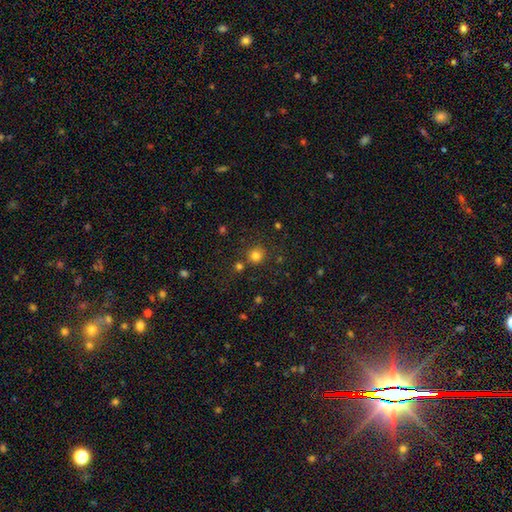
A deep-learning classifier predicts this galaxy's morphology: Smooth or featured?
  - smooth: 79% *
  - star or artifact: 16%
  - featured or disk: 5%
How rounded?
  - round: 93% *
  - in between: 6%
  - cigar-shaped: 1%
Merging?
  - none: 79% *
  - merger: 11%
  - minor disturbance: 7%
  - major disturbance: 3%